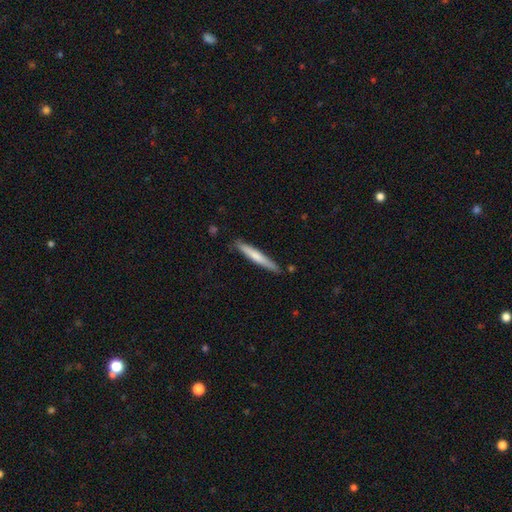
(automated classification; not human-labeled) Smooth or featured: smooth — 64% (featured or disk — 31%)
How rounded: cigar-shaped — 95% (in between — 4%)
Merging: none — 85% (minor disturbance — 11%)